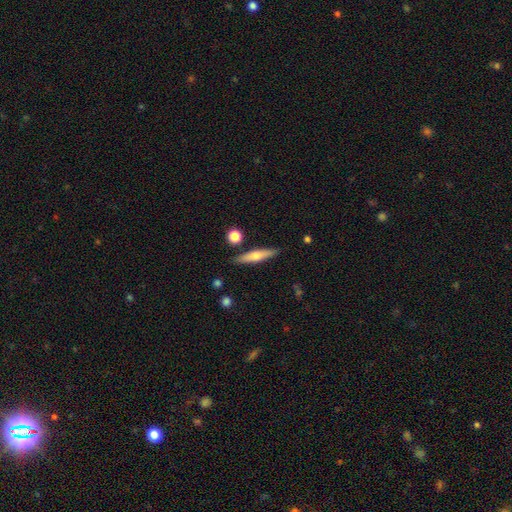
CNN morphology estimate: The model was most divided on "smooth or featured": featured or disk: 48%, smooth: 45%, star or artifact: 6%. More confident: merging — none (86%).